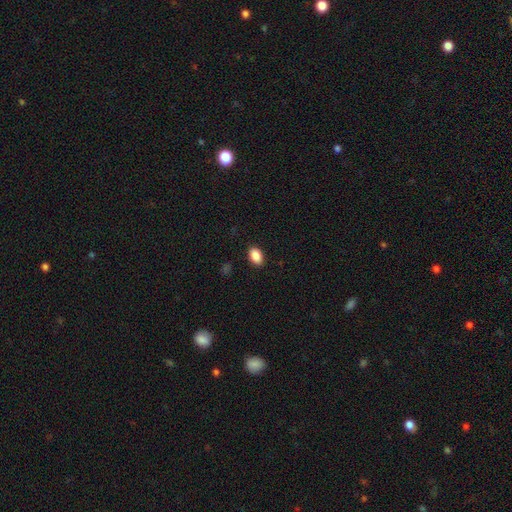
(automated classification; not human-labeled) Morphology: type=smooth (89%); roundness=in between (90%); merging=none (89%).